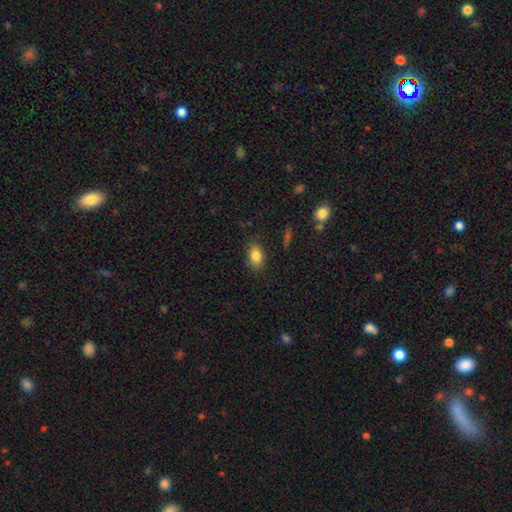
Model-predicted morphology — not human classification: smooth_or_featured: smooth (p=0.83) [alt: star or artifact p=0.09]
how_rounded: in between (p=0.83) [alt: round p=0.15]
merging: none (p=0.83) [alt: minor disturbance p=0.13]